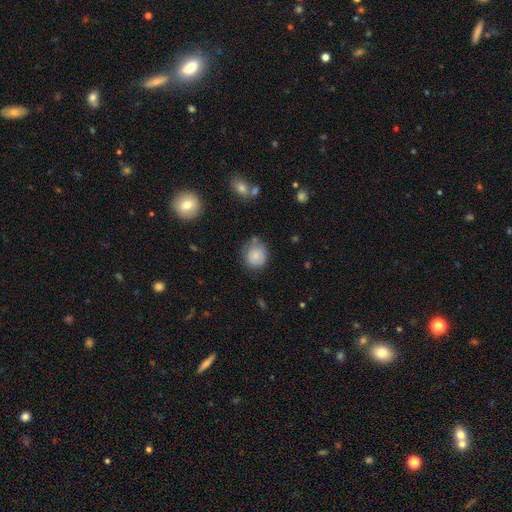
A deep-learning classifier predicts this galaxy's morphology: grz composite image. It shows a smooth galaxy with no disk features (81%) that is round (80%). Merging: none (62%).